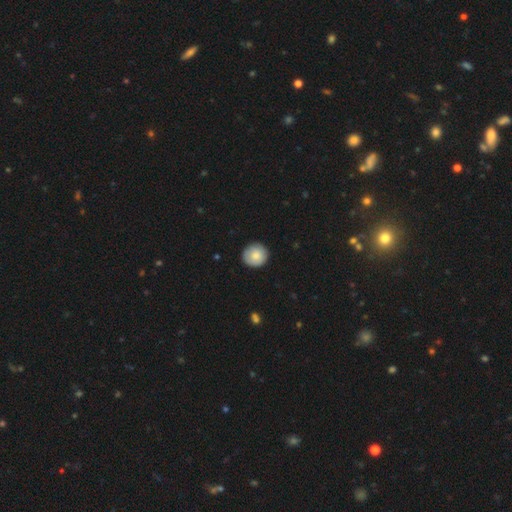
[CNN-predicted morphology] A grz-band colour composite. It shows a smooth galaxy with no disk features (82%) that is round (90%). Merging: none (88%).